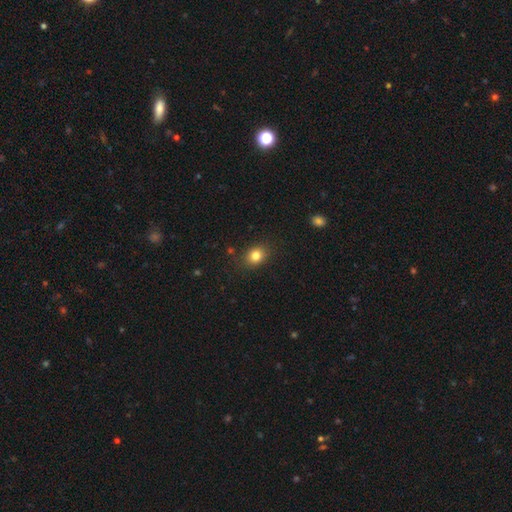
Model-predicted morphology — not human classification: This is clearly a smooth galaxy (82%). How rounded: possibly round (54%). Merging: clearly none (85%).